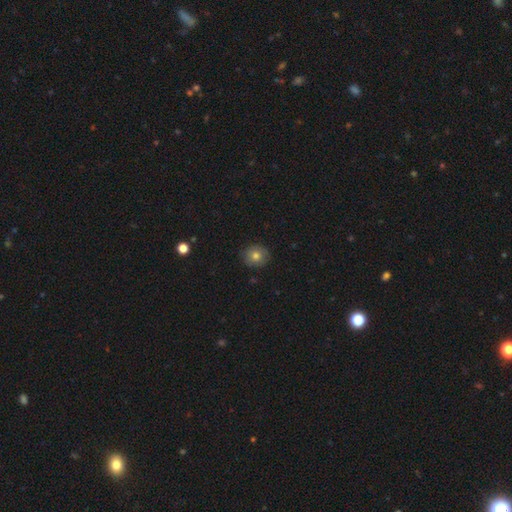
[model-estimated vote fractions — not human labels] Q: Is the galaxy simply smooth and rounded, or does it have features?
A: smooth — 77%.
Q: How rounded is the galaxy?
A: round — 87%.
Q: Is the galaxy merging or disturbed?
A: none — 88%.